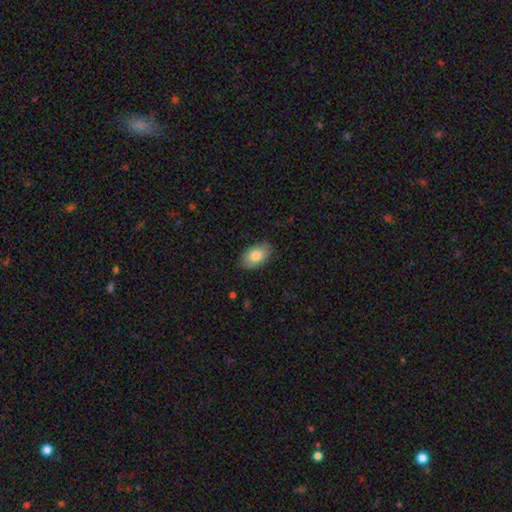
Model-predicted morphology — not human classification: smooth-or-featured: smooth: 82% | featured or disk: 12% | star or artifact: 6%
  how-rounded: in between: 93% | round: 5% | cigar-shaped: 1%
  merging: none: 84% | minor disturbance: 13% | major disturbance: 2% | merger: 1%